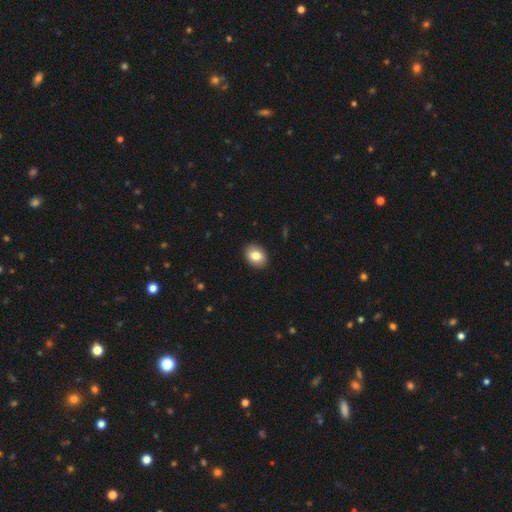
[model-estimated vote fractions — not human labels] Overall: smooth (82%). How rounded: in between (68%; round 31%). Merging: none (91%).